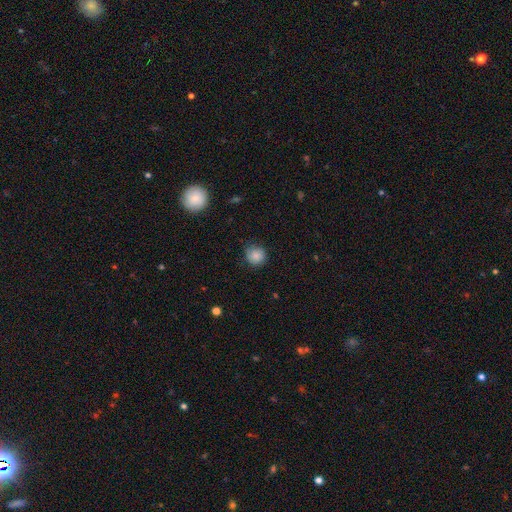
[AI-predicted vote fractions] Smooth or featured: smooth — 83% (star or artifact — 9%)
How rounded: round — 90% (in between — 9%)
Merging: none — 77% (minor disturbance — 18%)